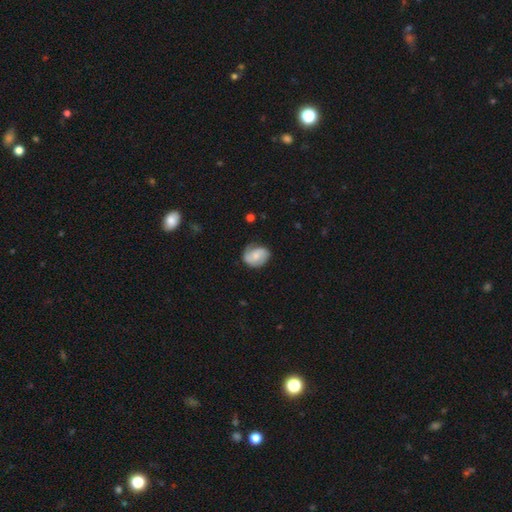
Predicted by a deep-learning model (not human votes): Smooth or featured? featured or disk (58%)
Edge-on disk? no (98%)
Bar? no (62%)
Spiral arms? yes (92%)
Spiral winding? medium (43%)
Spiral arm count? 2 (75%)
Bulge size? small (45%)
Merging? none (67%)